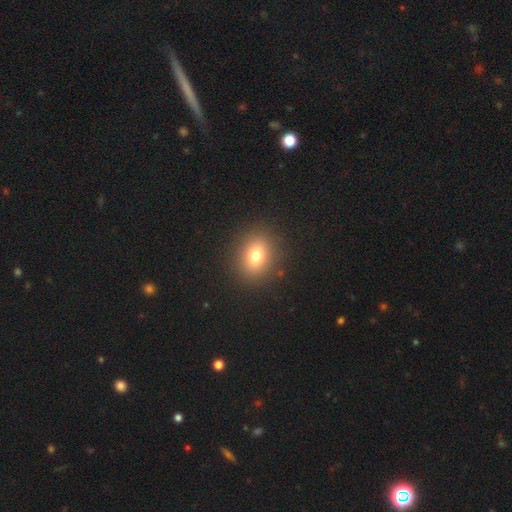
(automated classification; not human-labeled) Smooth or featured? Predicted: smooth (p=0.76). How rounded? Predicted: round (p=0.53). Merging? Predicted: none (p=0.88).